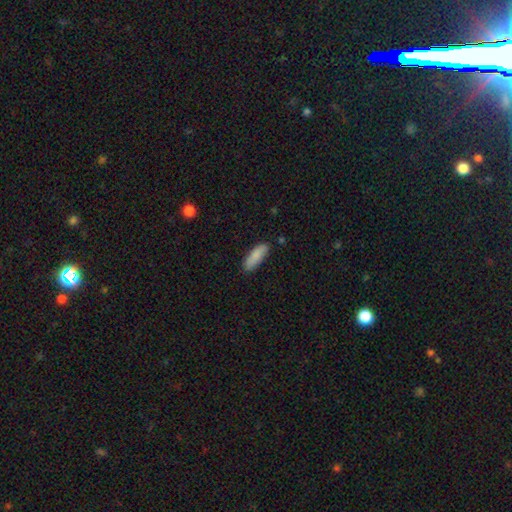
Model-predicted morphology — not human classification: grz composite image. It shows a smooth galaxy with no disk features (86%) that is in between round and cigar-shaped (58%). Merging: none (83%).